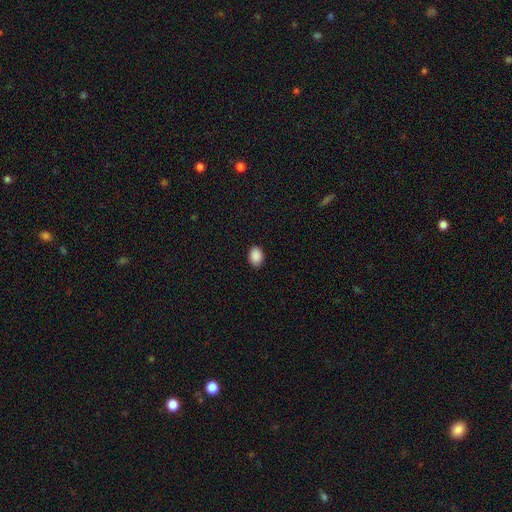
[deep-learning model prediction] Smooth or featured: smooth — 90% (star or artifact — 8%)
How rounded: in between — 67% (round — 32%)
Merging: none — 89% (minor disturbance — 8%)